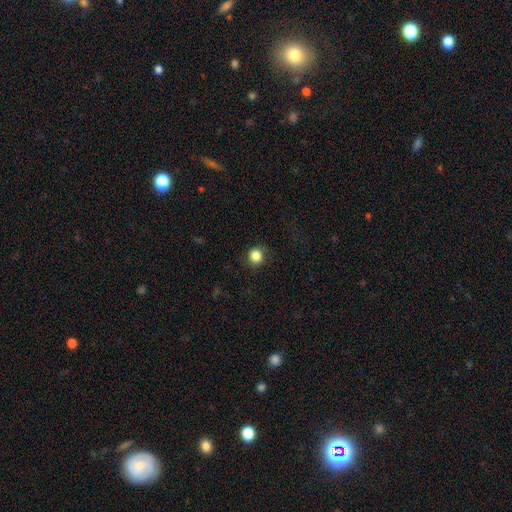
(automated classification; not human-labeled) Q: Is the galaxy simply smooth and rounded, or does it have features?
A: smooth — 84%.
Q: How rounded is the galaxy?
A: round — 87%.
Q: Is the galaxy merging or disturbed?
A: none — 84%.